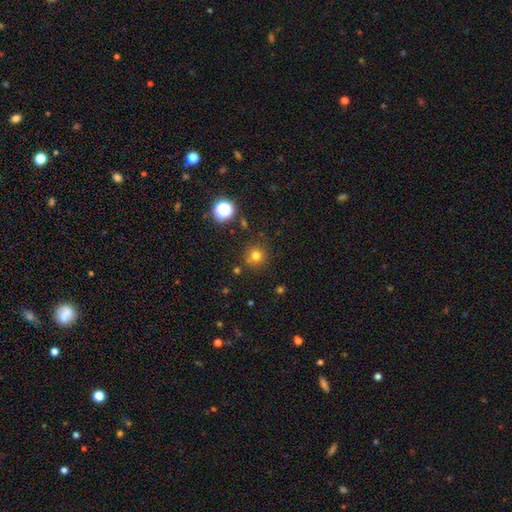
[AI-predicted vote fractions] Smooth or featured: smooth — 74% (star or artifact — 19%)
How rounded: round — 93% (in between — 6%)
Merging: none — 83% (minor disturbance — 9%)